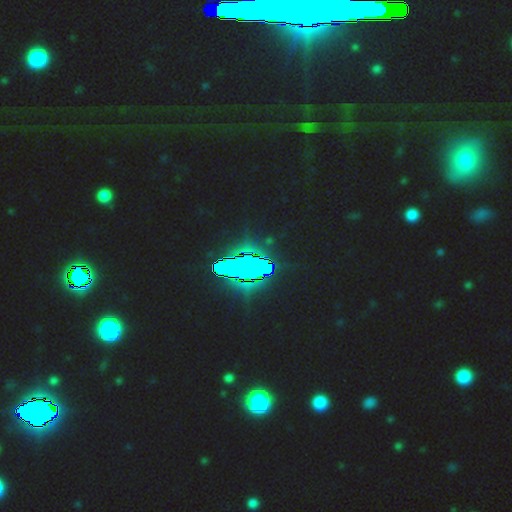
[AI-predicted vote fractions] Smooth or featured?
  - star or artifact: 81% *
  - smooth: 10%
  - featured or disk: 8%